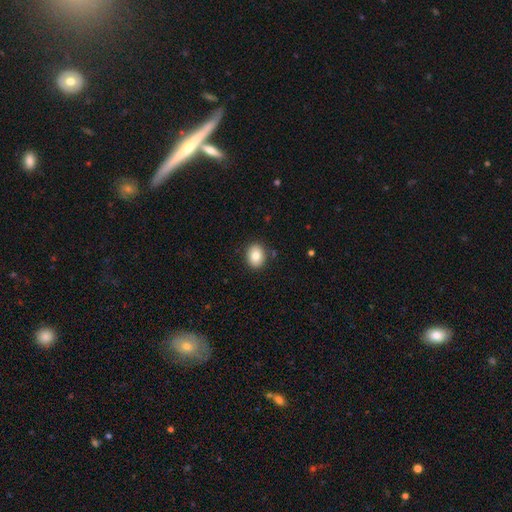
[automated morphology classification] Smooth or featured? smooth (82%)
How rounded? in between (51%)
Merging? none (87%)